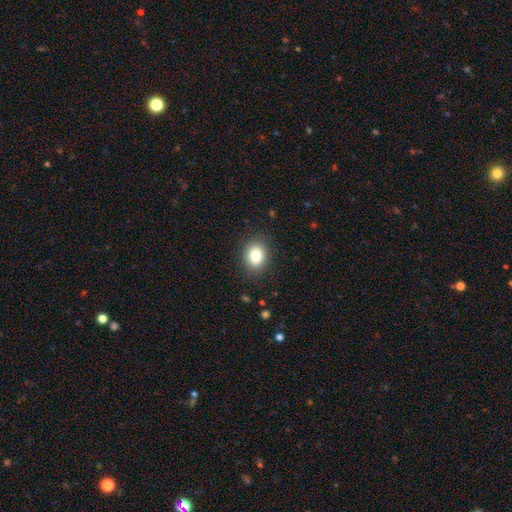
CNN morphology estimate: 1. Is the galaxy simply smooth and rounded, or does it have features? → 83% smooth, 10% star or artifact, 7% featured or disk.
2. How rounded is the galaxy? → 56% in between, 43% round, 1% cigar-shaped.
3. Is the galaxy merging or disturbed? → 87% none, 9% minor disturbance, 3% major disturbance, 1% merger.